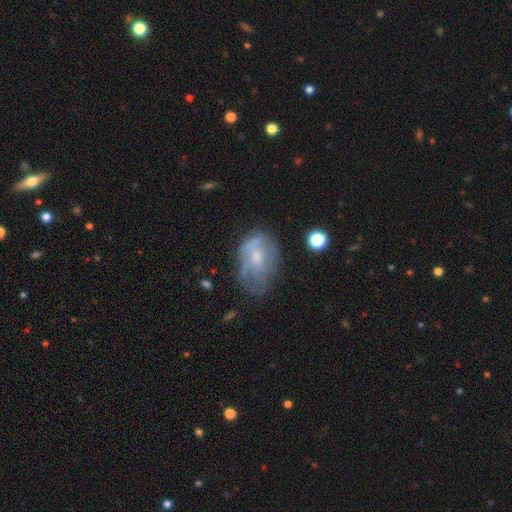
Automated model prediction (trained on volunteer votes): featured or disk 56%, smooth 36%, star or artifact 9%. Down the decision tree: edge-on disk — no (96%); bar — no (71%); spiral arms — yes (52%); bulge size — small (51%); merging — none (47%).